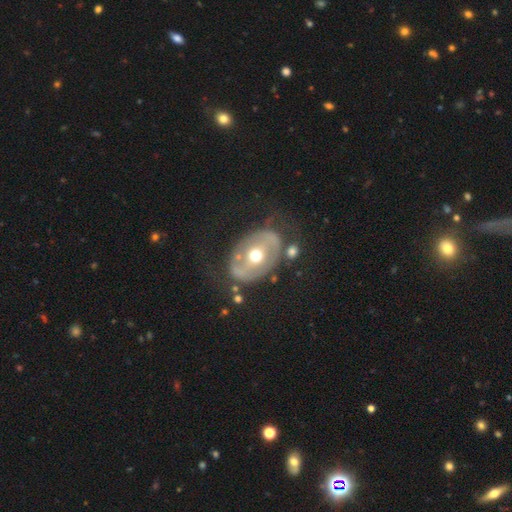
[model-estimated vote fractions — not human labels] Overall: featured or disk (66%; smooth 28%). Edge-on disk: no (94%). Bar: no (49%; weak 27%). Spiral arms: no (68%; yes 32%). Bulge size: moderate (77%). Merging: none (67%).